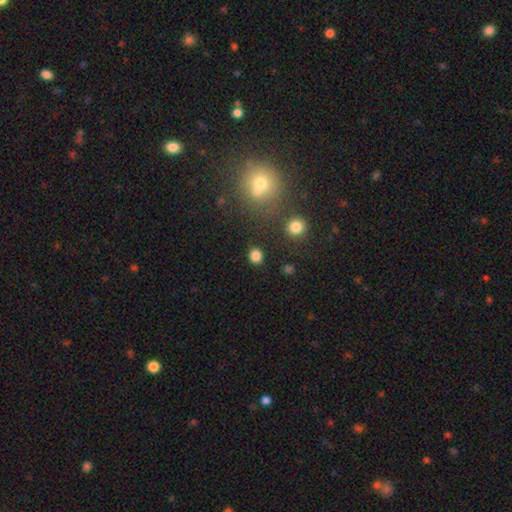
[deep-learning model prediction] Overall: smooth (83%). How rounded: round (75%). Merging: none (87%).